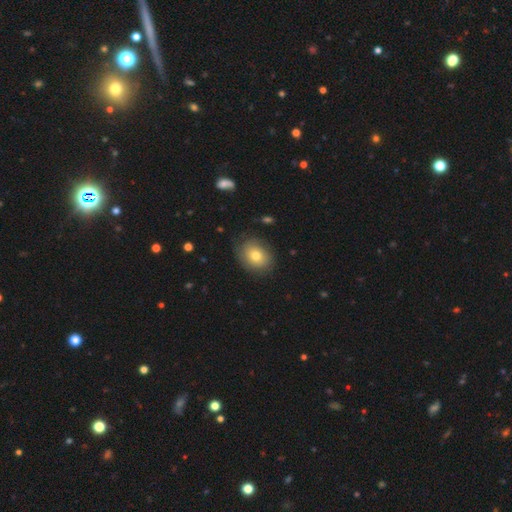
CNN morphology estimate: smooth-or-featured: smooth: 72% | featured or disk: 19% | star or artifact: 9%
  how-rounded: round: 52% | in between: 47% | cigar-shaped: 1%
  merging: none: 78% | minor disturbance: 16% | major disturbance: 5% | merger: 1%